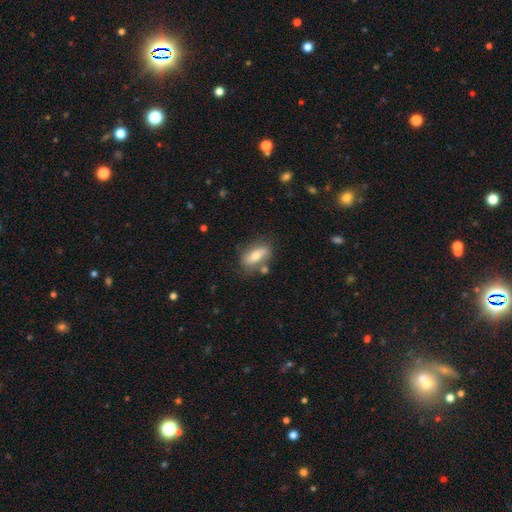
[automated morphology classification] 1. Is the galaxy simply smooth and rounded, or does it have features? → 61% smooth, 31% featured or disk, 7% star or artifact.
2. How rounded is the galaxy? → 76% in between, 19% cigar-shaped, 5% round.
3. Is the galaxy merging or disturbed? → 70% none, 17% minor disturbance, 8% merger, 5% major disturbance.